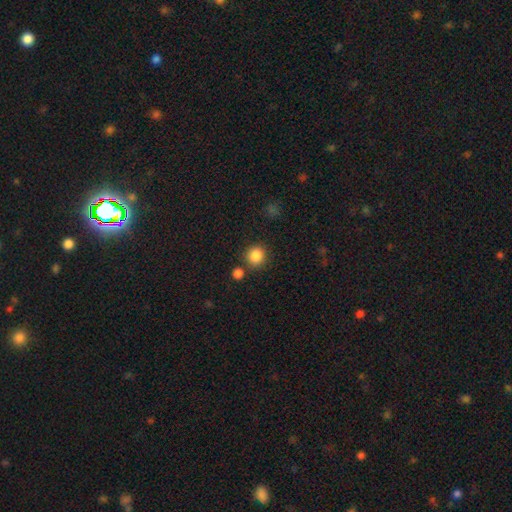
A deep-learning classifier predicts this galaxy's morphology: Smooth or featured? smooth (86%)
How rounded? round (89%)
Merging? none (80%)